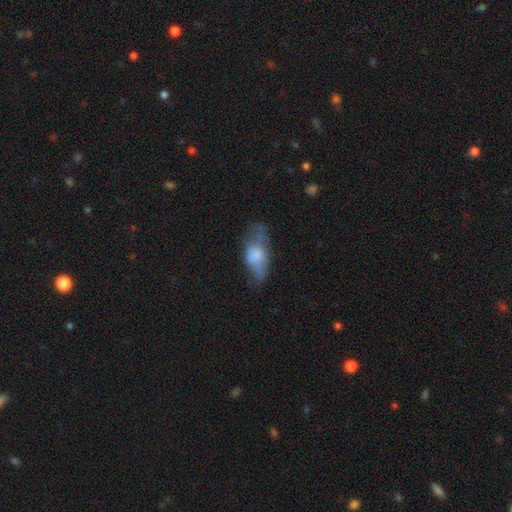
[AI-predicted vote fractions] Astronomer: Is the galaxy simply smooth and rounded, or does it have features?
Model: smooth — 60%.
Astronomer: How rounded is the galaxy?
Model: in between — 84%.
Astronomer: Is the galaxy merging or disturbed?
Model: none — 40% (runner-up: minor disturbance, 31%).